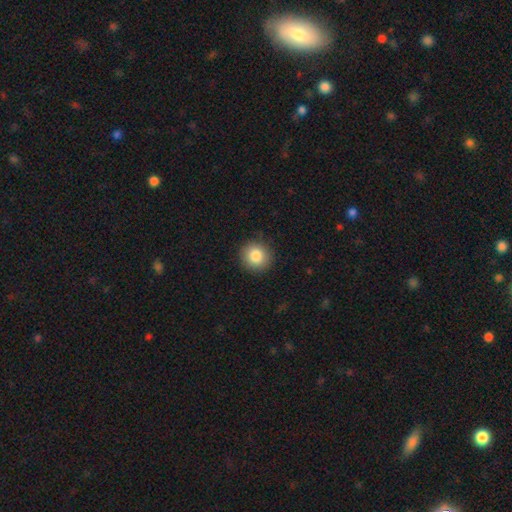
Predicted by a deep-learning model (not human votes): Smooth or featured?
  - smooth: 84% *
  - star or artifact: 9%
  - featured or disk: 7%
How rounded?
  - round: 91% *
  - in between: 8%
  - cigar-shaped: 1%
Merging?
  - none: 90% *
  - minor disturbance: 7%
  - major disturbance: 2%
  - merger: 1%